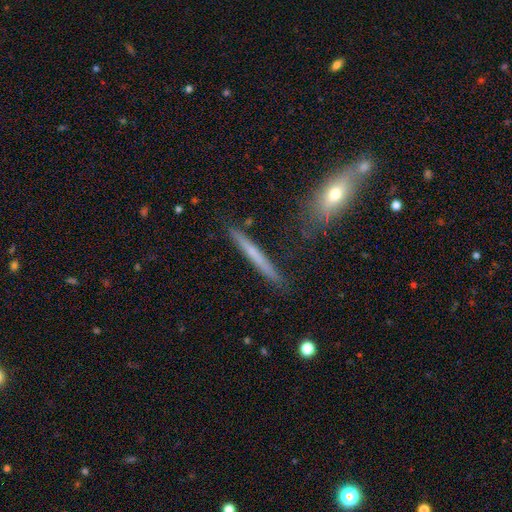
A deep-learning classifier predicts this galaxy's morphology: smooth 49%, featured or disk 44%, star or artifact 7%. Down the decision tree: merging — none (87%).